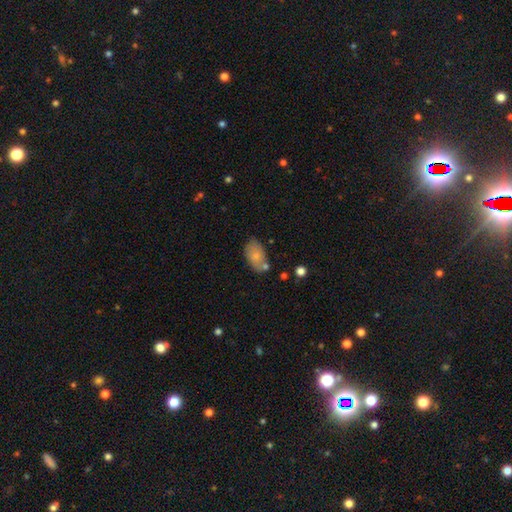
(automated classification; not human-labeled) smooth 77%, featured or disk 16%, star or artifact 7%. Down the decision tree: how rounded — in between (92%); merging — none (62%).